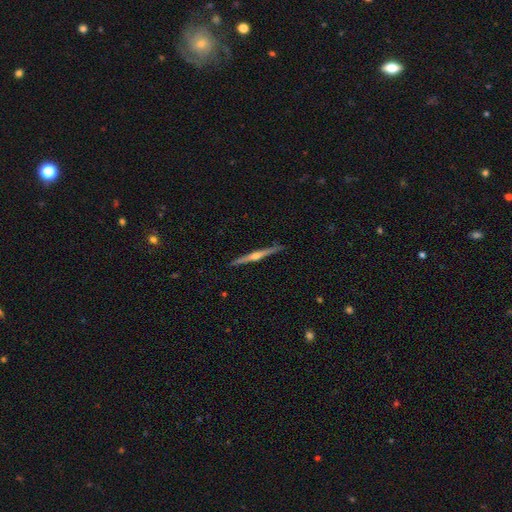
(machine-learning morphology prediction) Smooth or featured? Predicted: featured or disk (p=0.78). Edge-on disk? Predicted: yes (p=0.98). Edge-on bulge? Predicted: rounded (p=0.90). Merging? Predicted: none (p=0.90).